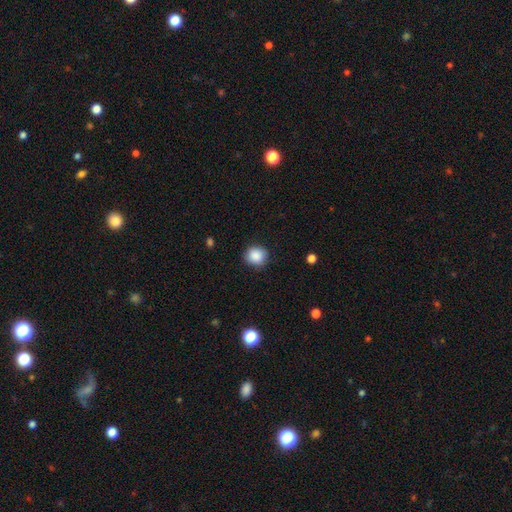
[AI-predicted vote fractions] Morphology: type=smooth (88%); roundness=round (85%); merging=none (85%).